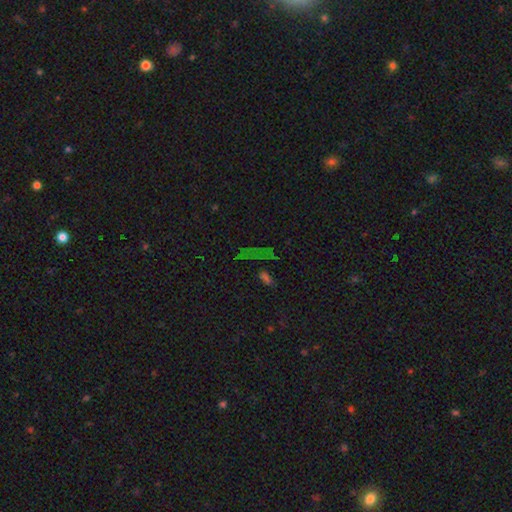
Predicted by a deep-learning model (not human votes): Smooth or featured?
  - star or artifact: 58% *
  - smooth: 29%
  - featured or disk: 13%